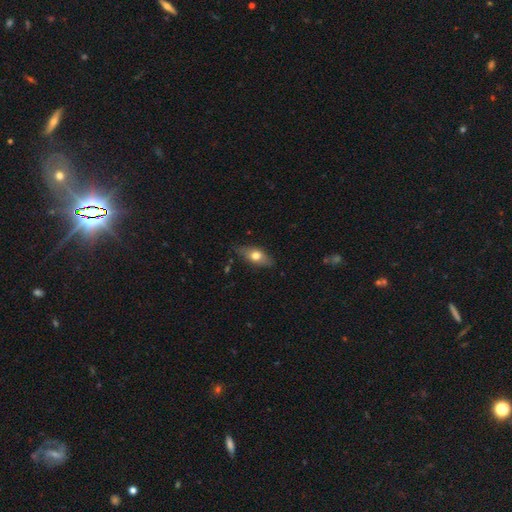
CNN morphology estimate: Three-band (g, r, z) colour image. It shows a smooth galaxy with no disk features (64%) that is in between round and cigar-shaped (77%). Merging: none (76%).